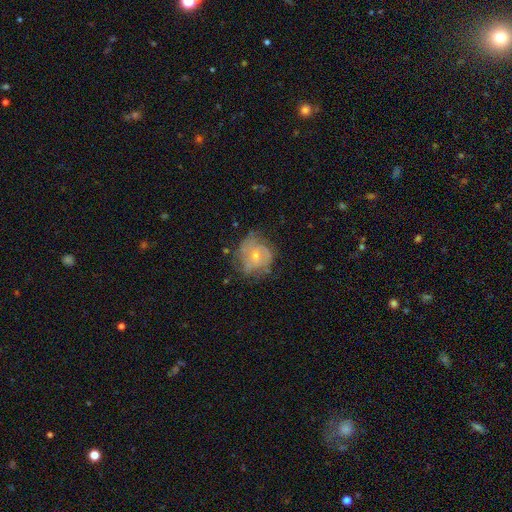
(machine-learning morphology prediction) Q: Smooth or featured?
A: featured or disk (67%); runner-up: smooth (26%)
Q: Edge-on disk?
A: no (97%); runner-up: yes (3%)
Q: Bar?
A: no (73%); runner-up: weak (23%)
Q: Spiral arms?
A: yes (76%); runner-up: no (24%)
Q: Bulge size?
A: small (61%); runner-up: moderate (35%)
Q: Merging?
A: none (59%); runner-up: minor disturbance (25%)